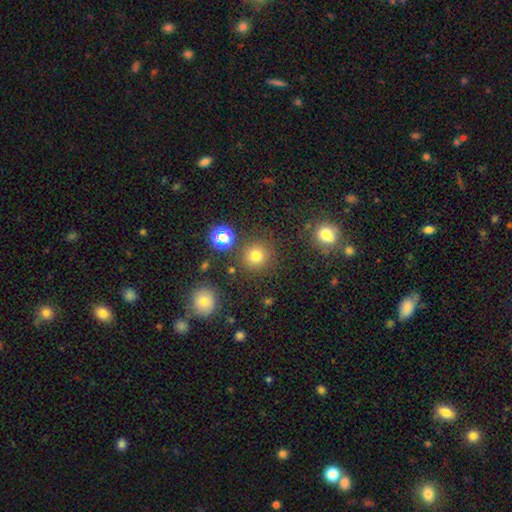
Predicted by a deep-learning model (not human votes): A smooth galaxy with no disk features (72%) that is round (92%). Merging: none (85%).